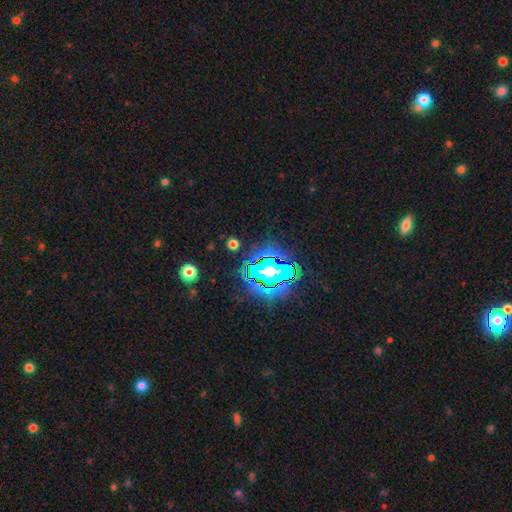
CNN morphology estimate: Smooth or featured: star or artifact — 84% (smooth — 10%)